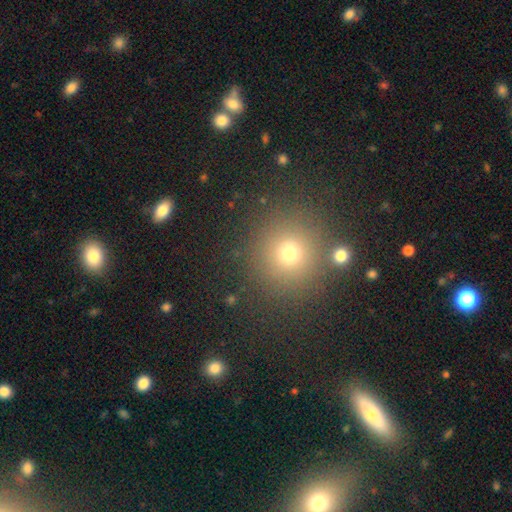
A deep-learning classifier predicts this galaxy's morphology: Smooth or featured? Predicted: smooth (p=0.65). How rounded? Predicted: round (p=0.92). Merging? Predicted: none (p=0.87).